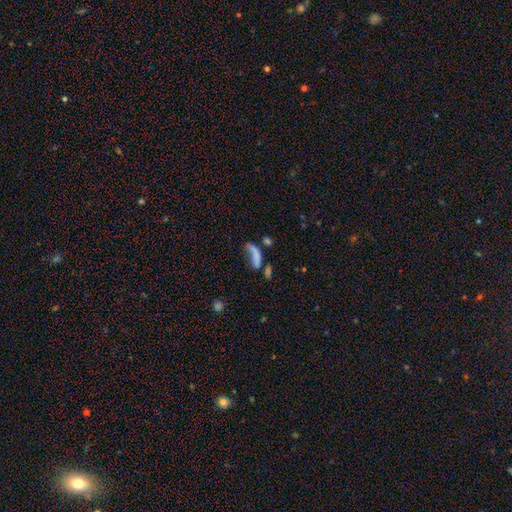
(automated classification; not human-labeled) Q: Smooth or featured?
A: smooth (60%); runner-up: featured or disk (26%)
Q: How rounded?
A: in between (52%); runner-up: cigar-shaped (41%)
Q: Merging?
A: major disturbance (34%); runner-up: none (26%)